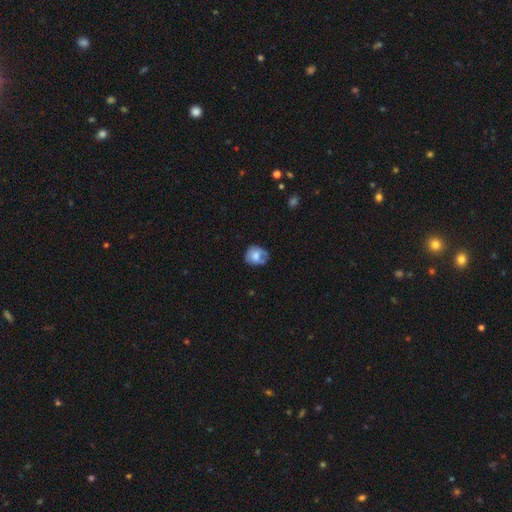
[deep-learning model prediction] Smooth or featured? Predicted: smooth (p=0.68). How rounded? Predicted: round (p=0.65). Merging? Predicted: none (p=0.52).